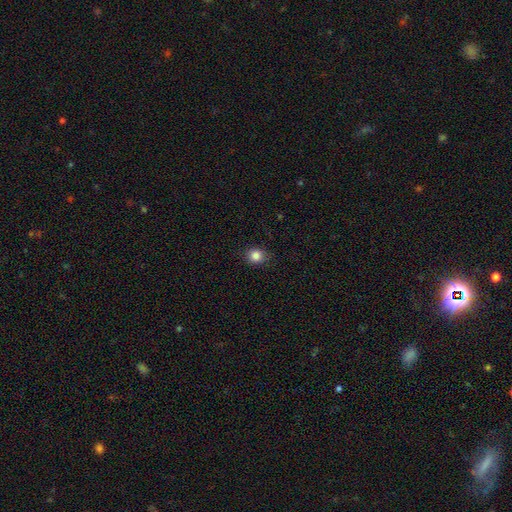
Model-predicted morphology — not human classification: This is clearly a smooth galaxy (84%). How rounded: likely round (78%). Merging: clearly none (88%).